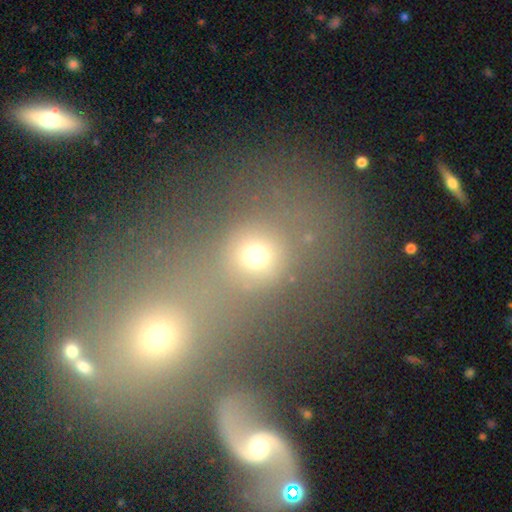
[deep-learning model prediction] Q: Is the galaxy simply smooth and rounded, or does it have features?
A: smooth — 67%.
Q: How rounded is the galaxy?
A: round — 78%.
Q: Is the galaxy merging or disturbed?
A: none — 60%.